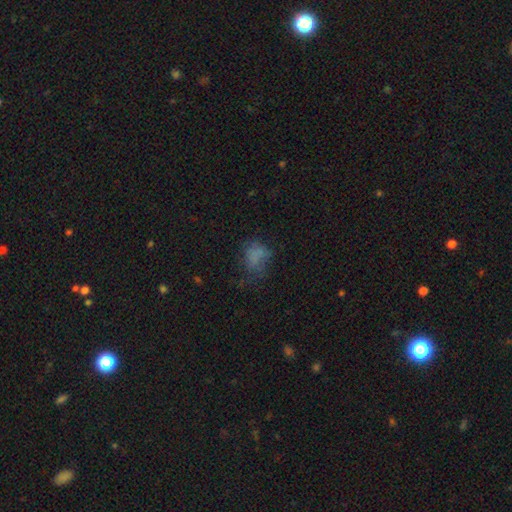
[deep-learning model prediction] smooth-or-featured: smooth: 66% | star or artifact: 17% | featured or disk: 17%
  how-rounded: in between: 58% | round: 40% | cigar-shaped: 2%
  merging: none: 45% | major disturbance: 27% | minor disturbance: 25% | merger: 3%